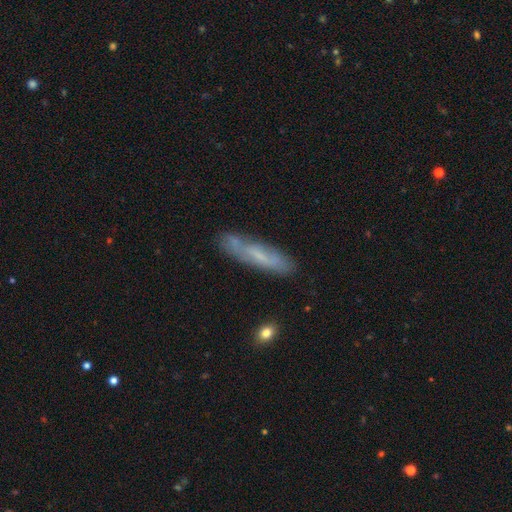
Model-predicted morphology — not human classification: A smooth galaxy with no disk features (49%). Merging: none (78%).